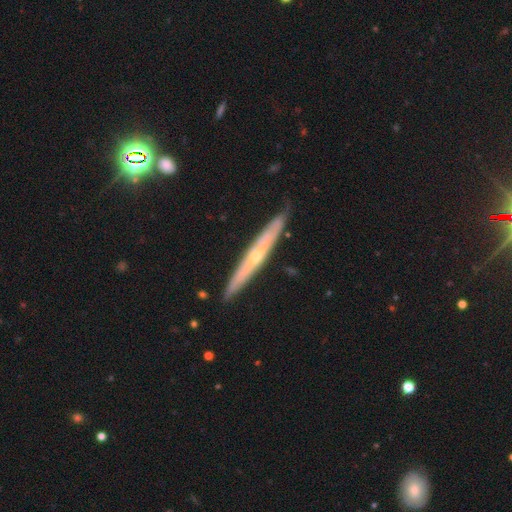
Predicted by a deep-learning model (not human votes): smooth-or-featured: featured or disk: 68% | smooth: 26% | star or artifact: 5%
  disk-edge-on: yes: 91% | no: 9%
    edge-on-bulge: rounded: 69% | none: 29% | boxy: 2%
  merging: none: 86% | minor disturbance: 11% | major disturbance: 2% | merger: 1%